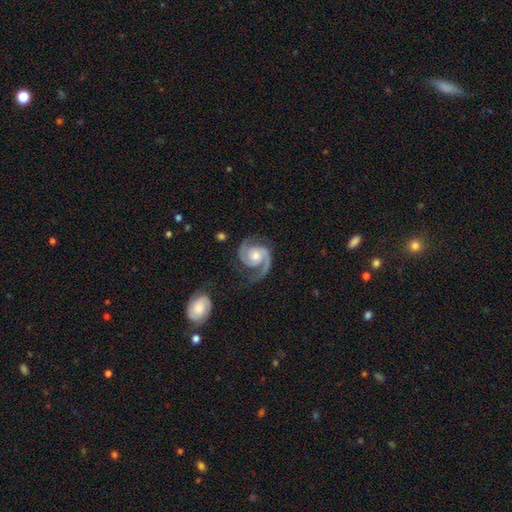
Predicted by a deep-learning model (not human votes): smooth-or-featured: featured or disk: 92% | star or artifact: 4% | smooth: 4%
  disk-edge-on: no: 98% | yes: 2%
    bar: no: 67% | weak: 25% | strong: 7%
    has-spiral-arms: yes: 98% | no: 2%
      spiral-winding: medium: 51% | tight: 39% | loose: 11%
      spiral-arm-count: 2: 91% | 1: 4% | 3: 2% | can't tell: 2% | 4: 1% | more than 4: 1%
    bulge-size: moderate: 62% | small: 24% | large: 9% | none: 3% | dominant: 1%
  merging: none: 72% | minor disturbance: 16% | major disturbance: 8% | merger: 3%